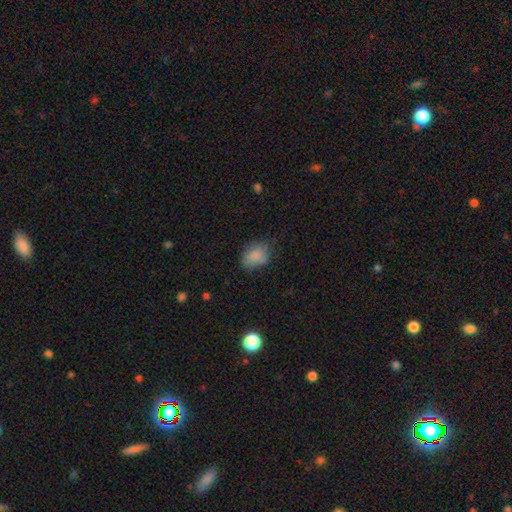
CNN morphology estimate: The model was most divided on "merging": none: 61%, minor disturbance: 29%, major disturbance: 8%, merger: 2%. More confident: smooth or featured — smooth (83%); how rounded — in between (67%).